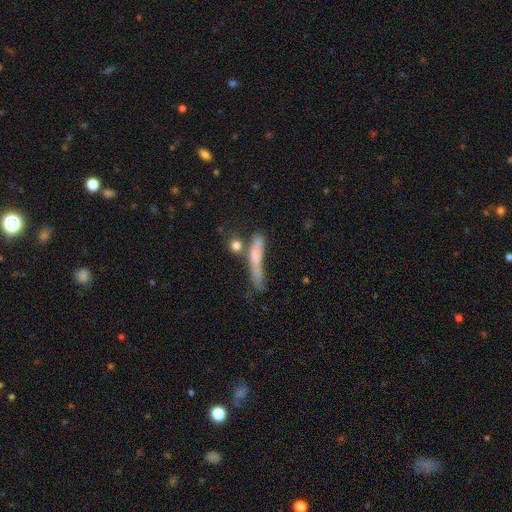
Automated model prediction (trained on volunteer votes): Smooth or featured?
  - smooth: 58% *
  - featured or disk: 32%
  - star or artifact: 9%
How rounded?
  - cigar-shaped: 83% *
  - in between: 12%
  - round: 5%
Merging?
  - none: 42% *
  - minor disturbance: 21%
  - merger: 21%
  - major disturbance: 16%